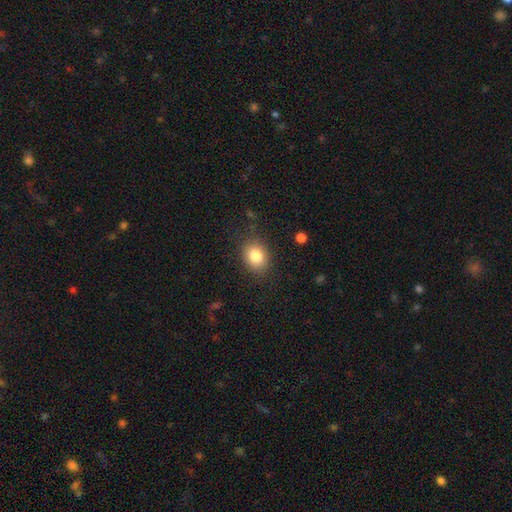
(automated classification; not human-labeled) Morphology: type=smooth (83%); roundness=in between (54%); merging=none (84%).